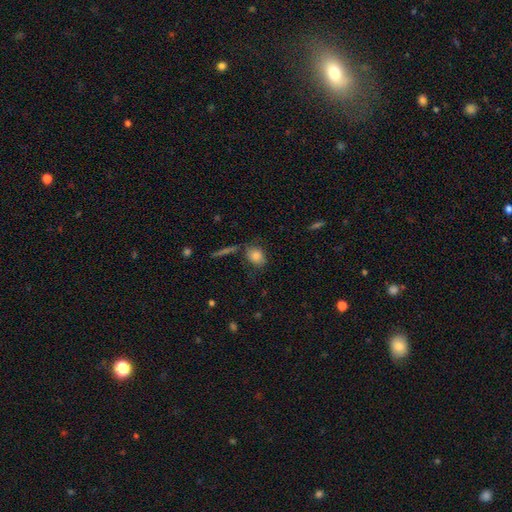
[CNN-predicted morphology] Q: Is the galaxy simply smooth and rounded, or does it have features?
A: smooth — 83%.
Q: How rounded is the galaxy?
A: in between — 54%.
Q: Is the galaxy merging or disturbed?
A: none — 66%.